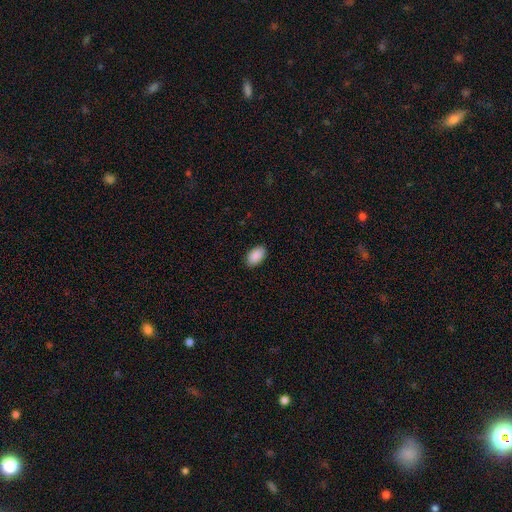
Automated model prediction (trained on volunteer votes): Smooth or featured? smooth (90%)
How rounded? in between (94%)
Merging? none (89%)